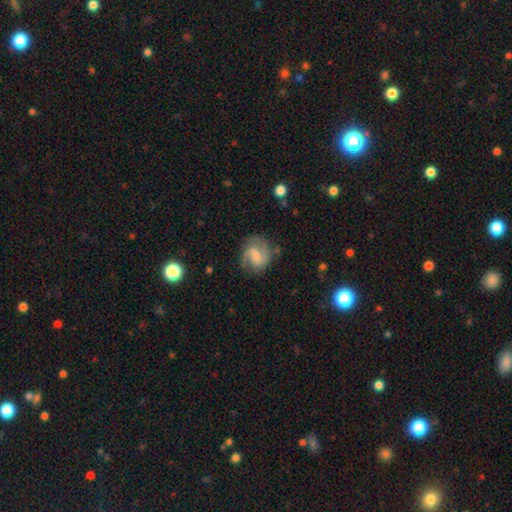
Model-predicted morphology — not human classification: A featured or disk galaxy (71%) with a weak bar (52%), 2 (77%) medium (49%) spiral arms (93%) and a small central bulge (50%). Merging: none (75%).